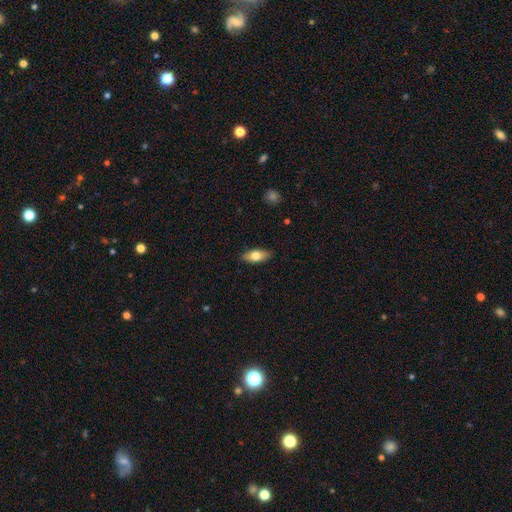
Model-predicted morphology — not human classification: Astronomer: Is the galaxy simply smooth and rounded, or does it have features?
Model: smooth — 74%.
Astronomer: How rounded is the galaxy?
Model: in between — 84%.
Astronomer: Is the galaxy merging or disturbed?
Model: none — 88%.